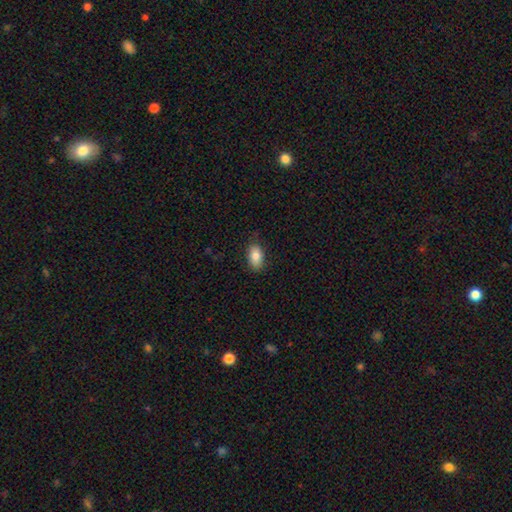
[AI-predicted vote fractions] Overall: smooth (83%). How rounded: in between (91%). Merging: none (83%).